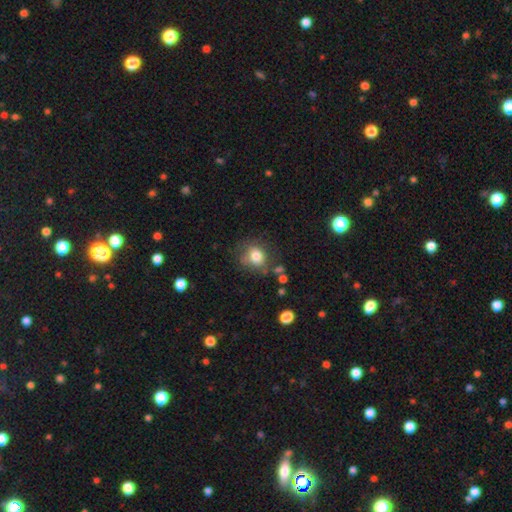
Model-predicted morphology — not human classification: This is likely a smooth galaxy (78%). How rounded: likely round (68%). Merging: likely none (62%).